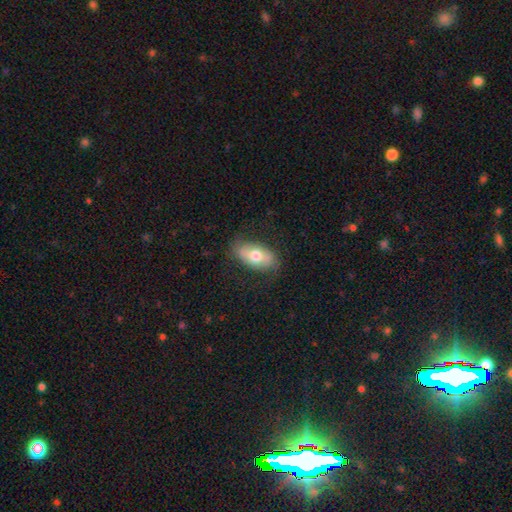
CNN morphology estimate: Overall: smooth (60%; featured or disk 33%). How rounded: in between (90%). Merging: none (77%).